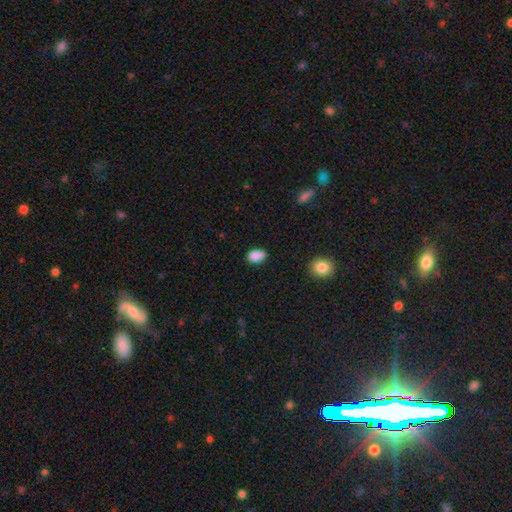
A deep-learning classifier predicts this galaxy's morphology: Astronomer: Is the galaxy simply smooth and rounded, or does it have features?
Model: smooth — 85%.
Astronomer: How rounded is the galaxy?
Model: in between — 81%.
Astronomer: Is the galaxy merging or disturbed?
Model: none — 68%.